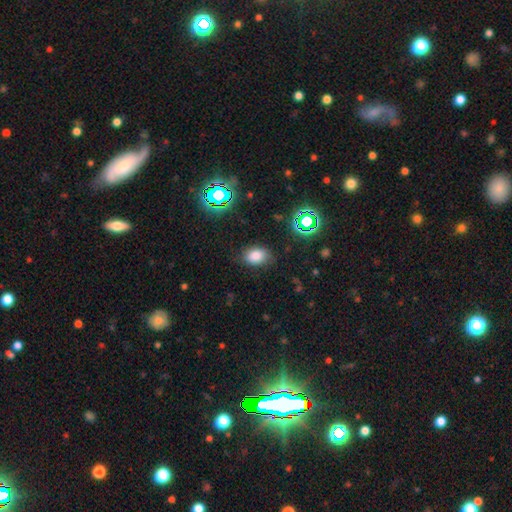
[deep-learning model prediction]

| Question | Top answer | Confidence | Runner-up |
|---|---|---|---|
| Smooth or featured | smooth | 76% | star or artifact (16%) |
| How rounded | in between | 78% | round (21%) |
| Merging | none | 80% | minor disturbance (14%) |